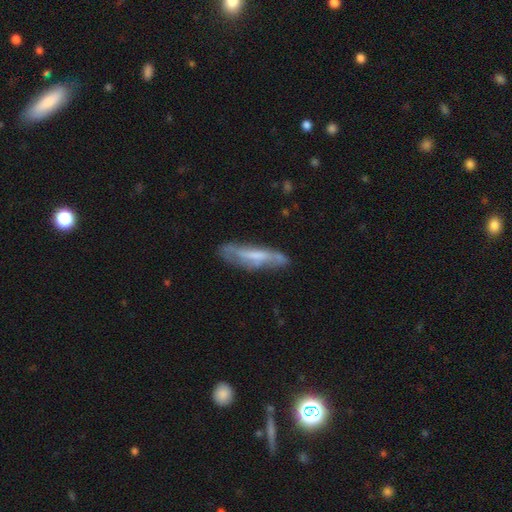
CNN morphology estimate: Overall: featured or disk (53%; smooth 40%). Edge-on disk: no (55%; yes 45%). Merging: none (60%; minor disturbance 26%).